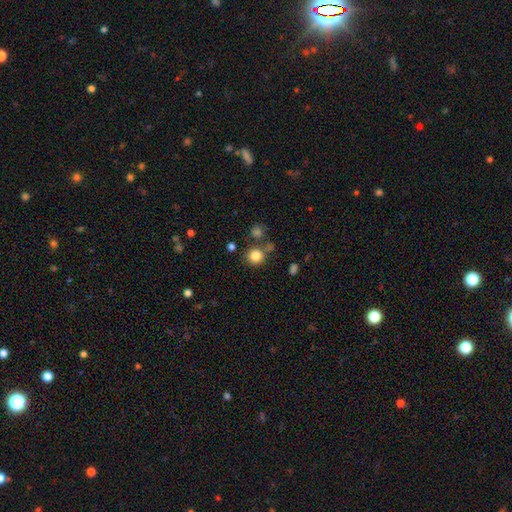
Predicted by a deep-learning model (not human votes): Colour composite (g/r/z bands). It shows a smooth galaxy with no disk features (83%) that is round (91%). Merging: none (74%).